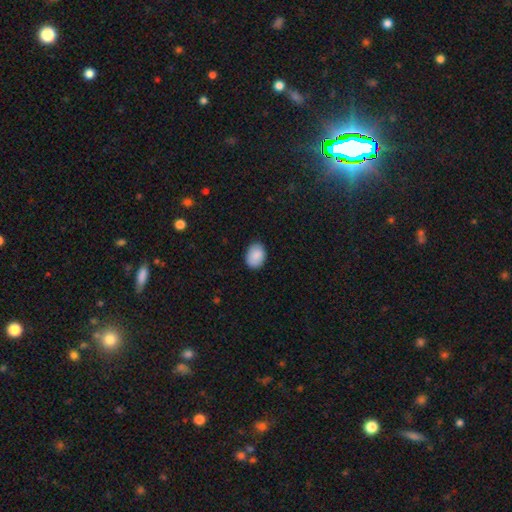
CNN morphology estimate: The model was most divided on "how rounded": in between: 76%, round: 23%, cigar-shaped: 1%. More confident: smooth or featured — smooth (89%); merging — none (87%).